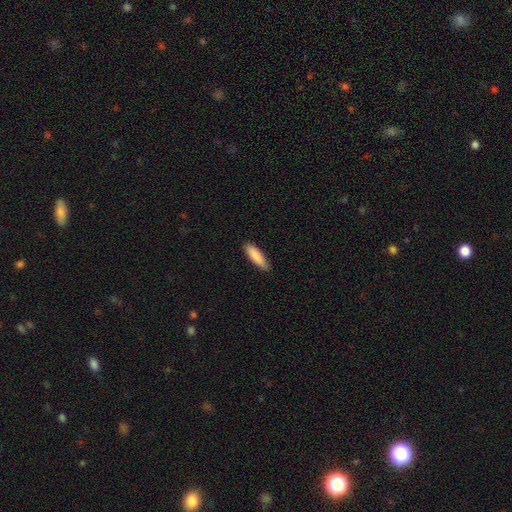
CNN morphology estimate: type=smooth (88%); roundness=cigar-shaped (53%); merging=none (83%).